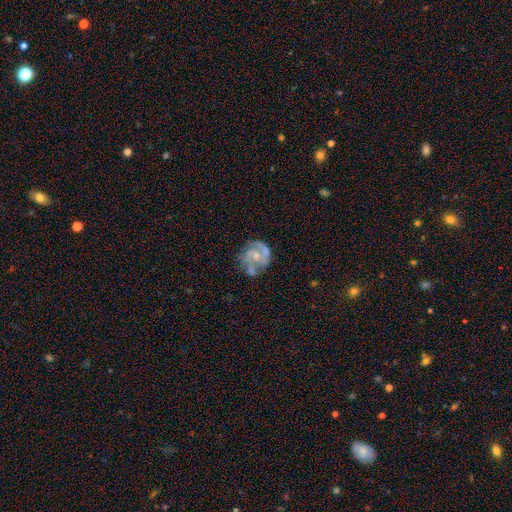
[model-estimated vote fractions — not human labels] smooth_or_featured: featured or disk (p=0.79) [alt: smooth p=0.15]
disk_edge_on: no (p=0.98) [alt: yes p=0.02]
bar: no (p=0.68) [alt: weak p=0.27]
has_spiral_arms: yes (p=0.89) [alt: no p=0.11]
spiral_winding: medium (p=0.44) [alt: tight p=0.43]
spiral_arm_count: 2 (p=0.64) [alt: can't tell p=0.13]
bulge_size: small (p=0.52) [alt: moderate p=0.39]
merging: none (p=0.51) [alt: minor disturbance p=0.24]